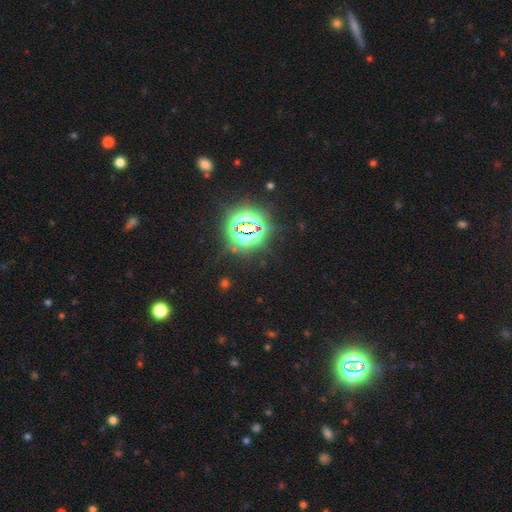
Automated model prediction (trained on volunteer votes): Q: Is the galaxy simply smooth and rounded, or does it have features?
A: star or artifact — 82%.